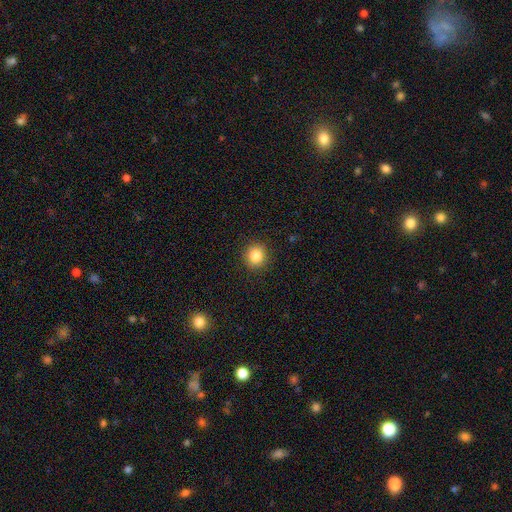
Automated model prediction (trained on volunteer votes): Smooth or featured? Predicted: smooth (p=0.84). How rounded? Predicted: round (p=0.90). Merging? Predicted: none (p=0.91).